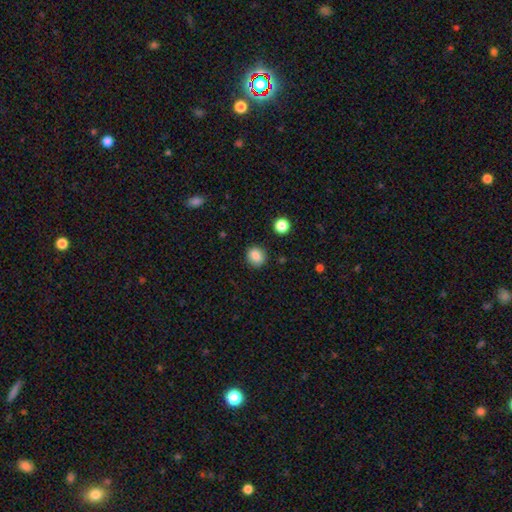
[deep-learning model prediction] Smooth or featured: smooth — 86% (star or artifact — 10%)
How rounded: round — 76% (in between — 23%)
Merging: none — 86% (minor disturbance — 9%)